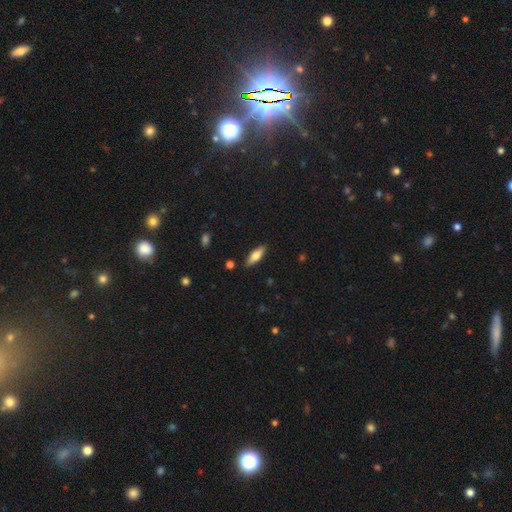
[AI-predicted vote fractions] Smooth or featured? Predicted: smooth (p=0.65). How rounded? Predicted: in between (p=0.55). Merging? Predicted: none (p=0.87).